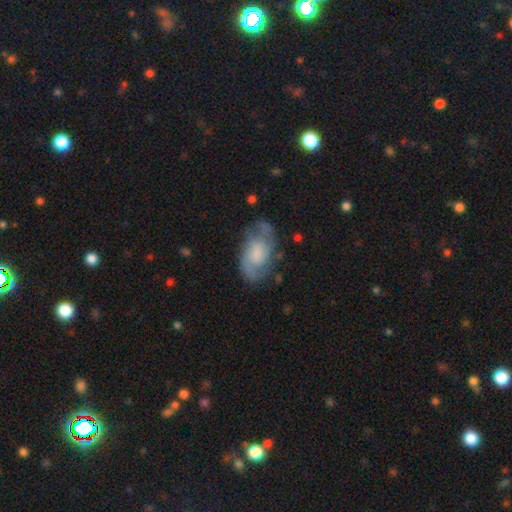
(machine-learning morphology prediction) A featured or disk galaxy (68%) with no bar (62%), 2 (75%) medium (47%) spiral arms (88%) and no central bulge (29%). Merging: none (70%).